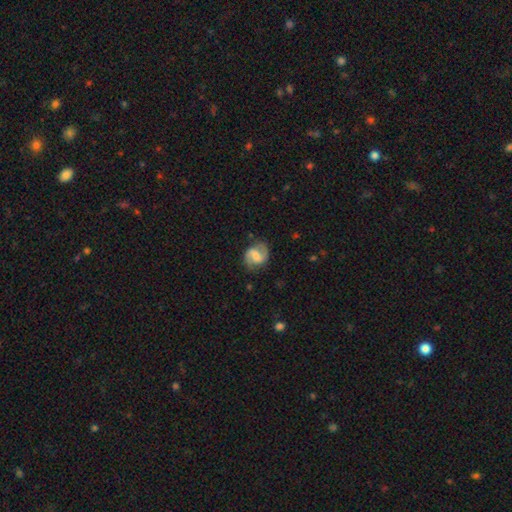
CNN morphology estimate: The model was most divided on "bulge size": moderate: 39%, small: 34%, none: 17%, large: 8%, dominant: 1%. More confident: edge-on disk — no (98%); spiral arms — yes (94%); spiral arm count — 2 (91%); merging — none (78%); smooth or featured — featured or disk (76%); bar — weak (51%); spiral winding — medium (50%).